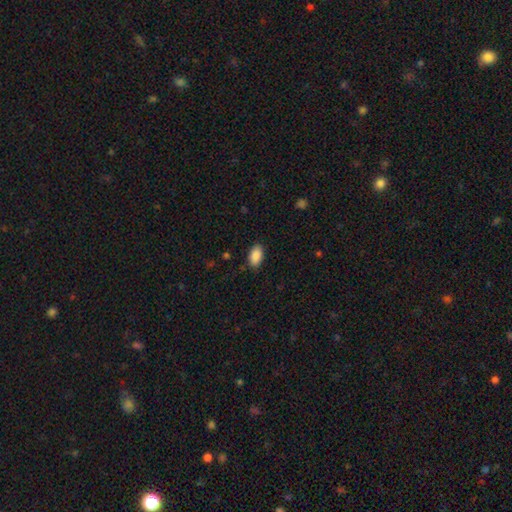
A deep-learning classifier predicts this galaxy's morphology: smooth 90%, star or artifact 7%, featured or disk 3%. Down the decision tree: how rounded — in between (94%); merging — none (87%).